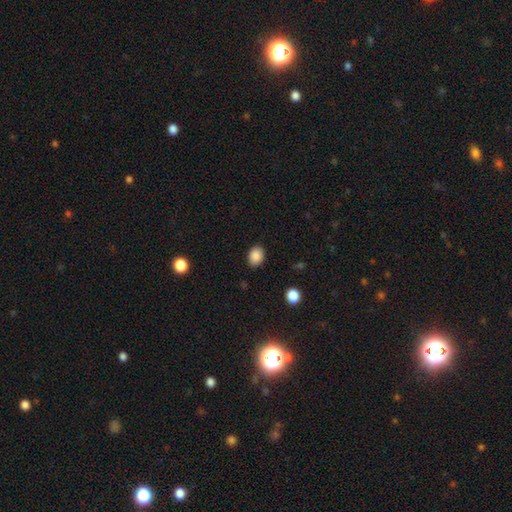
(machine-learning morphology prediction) type=smooth (88%); roundness=in between (61%); merging=none (87%).